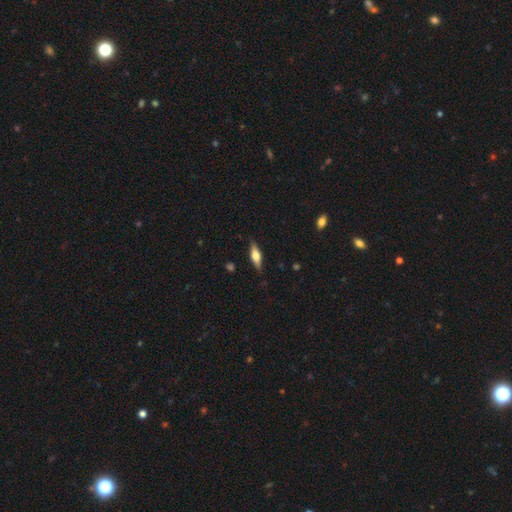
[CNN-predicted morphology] This appears to be a smooth galaxy with no disk features (47%, tied with featured or disk). Merging: none (85%).